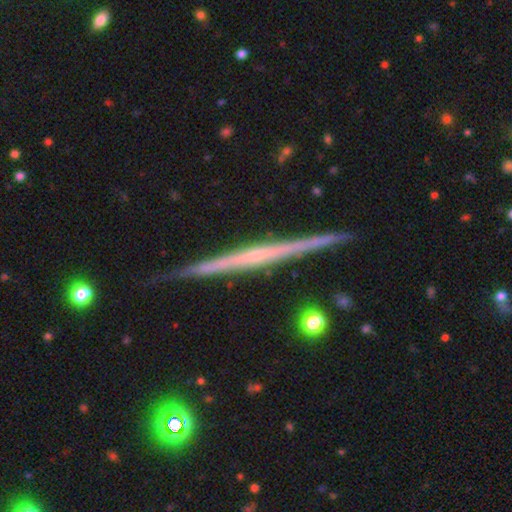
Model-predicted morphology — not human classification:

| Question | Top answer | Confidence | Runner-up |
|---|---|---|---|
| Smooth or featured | featured or disk | 82% | smooth (13%) |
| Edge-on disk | yes | 98% | no (2%) |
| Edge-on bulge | none | 60% | rounded (32%) |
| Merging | none | 90% | minor disturbance (8%) |